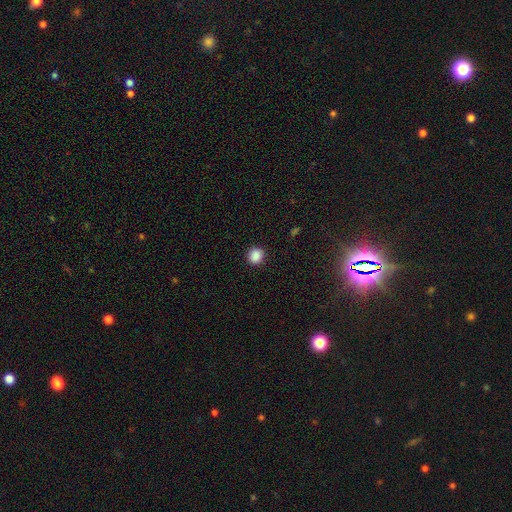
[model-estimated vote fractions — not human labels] Overall: smooth (88%). How rounded: round (85%). Merging: none (89%).